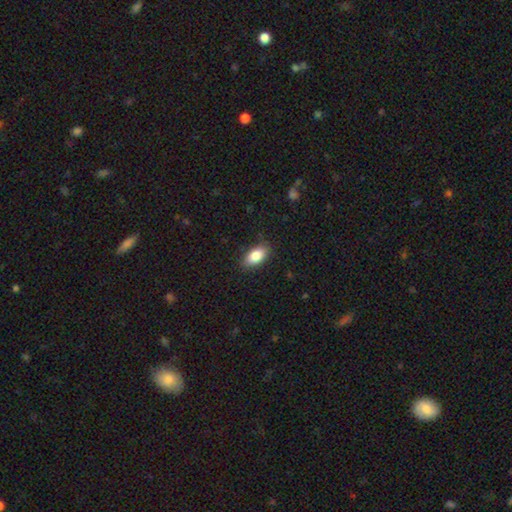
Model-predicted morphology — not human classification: Smooth or featured: smooth — 85% (featured or disk — 7%)
How rounded: in between — 91% (cigar-shaped — 5%)
Merging: none — 86% (minor disturbance — 11%)